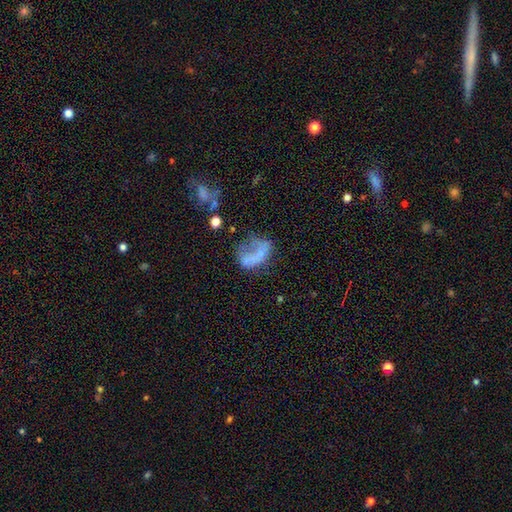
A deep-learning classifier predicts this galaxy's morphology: type=smooth (49%); merging=major disturbance (41%).